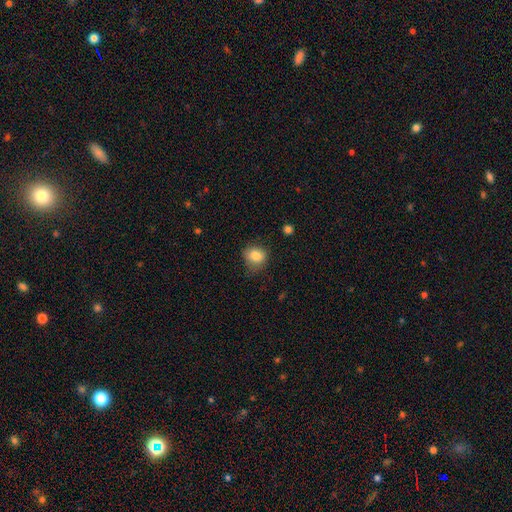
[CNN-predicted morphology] Smooth or featured? smooth (82%)
How rounded? round (68%)
Merging? none (66%)